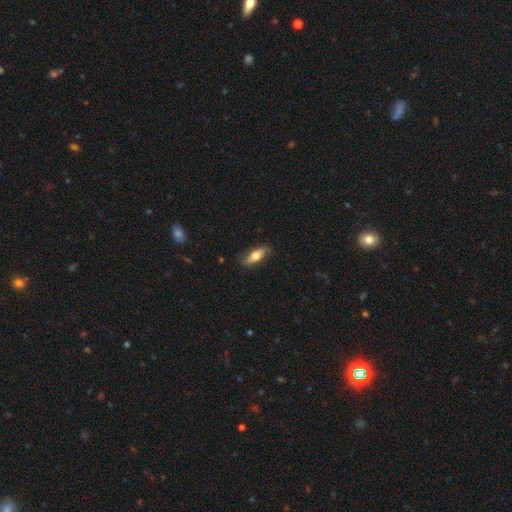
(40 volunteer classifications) Smooth or featured? smooth (72%)
How rounded? in between (72%)
Merging? none (81%)